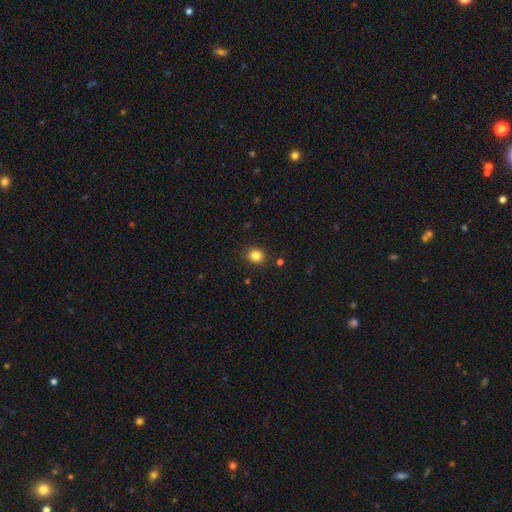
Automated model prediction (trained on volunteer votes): Smooth or featured?
  - smooth: 83% *
  - star or artifact: 12%
  - featured or disk: 5%
How rounded?
  - round: 79% *
  - in between: 20%
  - cigar-shaped: 1%
Merging?
  - none: 89% *
  - minor disturbance: 7%
  - major disturbance: 2%
  - merger: 2%